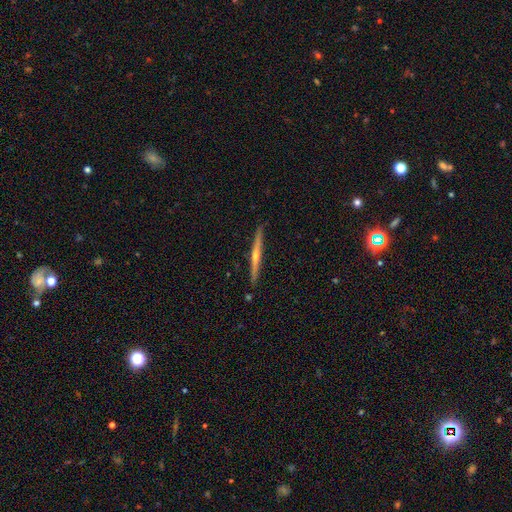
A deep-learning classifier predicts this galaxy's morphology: The model was most divided on "smooth or featured": featured or disk: 75%, smooth: 20%, star or artifact: 5%. More confident: edge-on disk — yes (98%); merging — none (90%); edge-on bulge — rounded (78%).